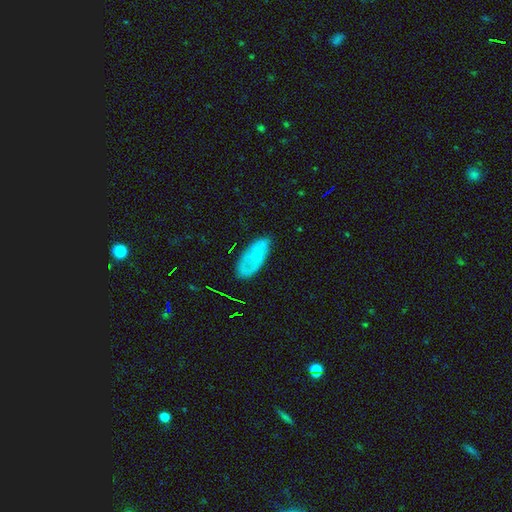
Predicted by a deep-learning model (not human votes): Smooth or featured? smooth (46%, tied with featured or disk)
Merging? none (63%)